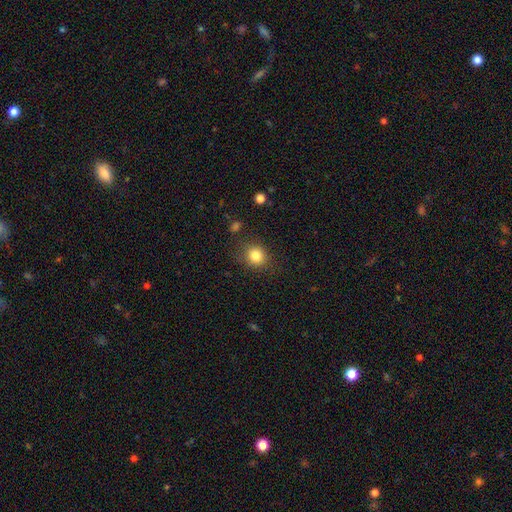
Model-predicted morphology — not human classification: Smooth or featured? Predicted: smooth (p=0.83). How rounded? Predicted: round (p=0.78). Merging? Predicted: none (p=0.83).